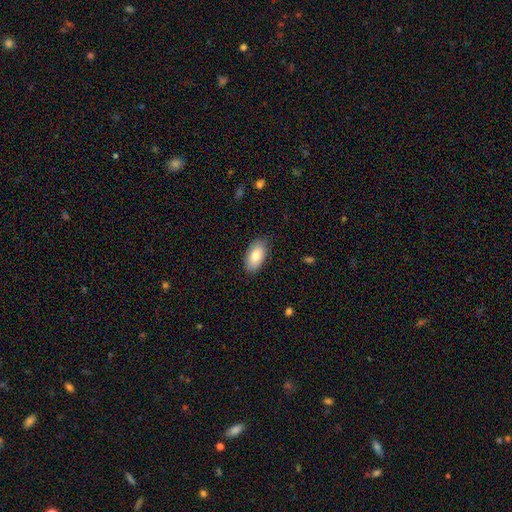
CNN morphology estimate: A smooth galaxy with no disk features (81%) that is in between round and cigar-shaped (94%). Merging: none (86%).